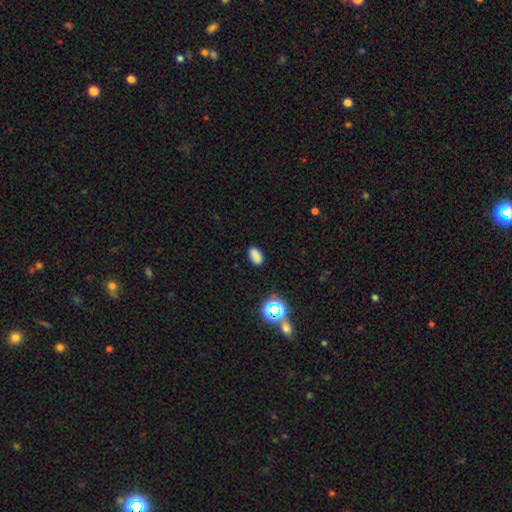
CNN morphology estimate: Q: Smooth or featured?
A: smooth (77%); runner-up: star or artifact (17%)
Q: How rounded?
A: in between (89%); runner-up: round (10%)
Q: Merging?
A: none (83%); runner-up: minor disturbance (11%)